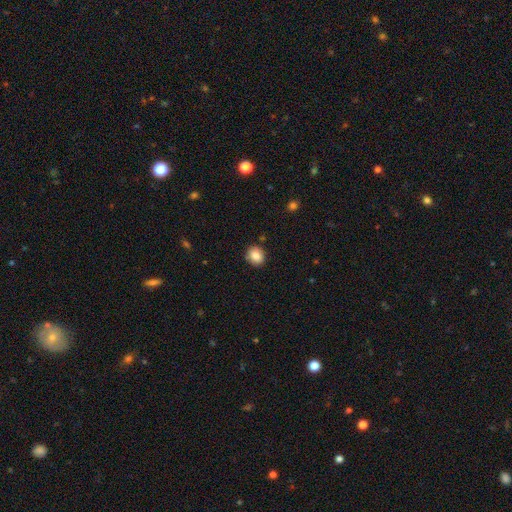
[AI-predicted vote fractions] smooth 85%, star or artifact 9%, featured or disk 6%. Down the decision tree: how rounded — round (66%); merging — none (88%).